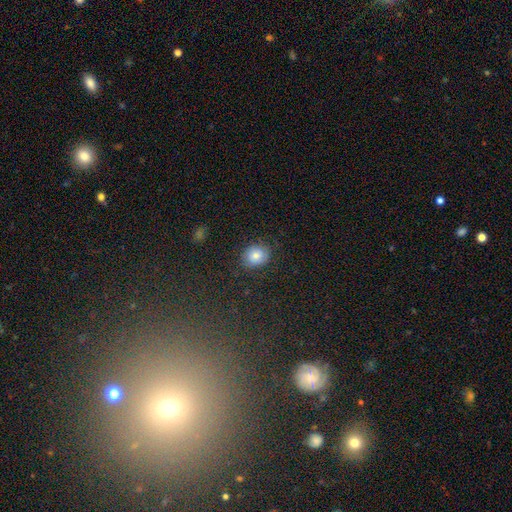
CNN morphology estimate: A smooth galaxy with no disk features (75%) that is round (64%).

Vote fractions:
- Smooth or featured? smooth: 75% / star or artifact: 13% / featured or disk: 12%
- How rounded? round: 64% / in between: 35% / cigar-shaped: 1%
- Merging? none: 82% / minor disturbance: 13% / major disturbance: 4% / merger: 1%